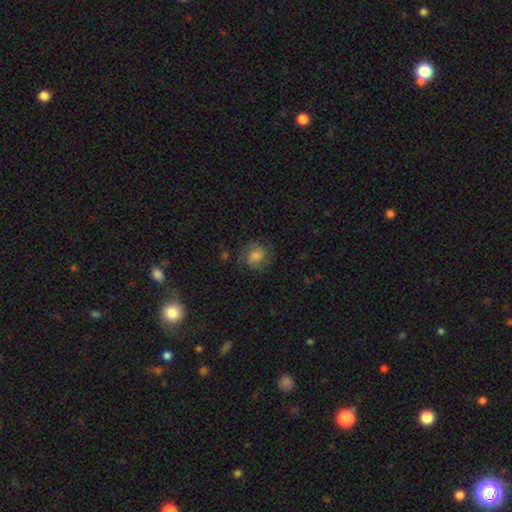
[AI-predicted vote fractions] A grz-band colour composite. It shows a smooth galaxy with no disk features (64%) that is round (76%). Merging: none (72%).